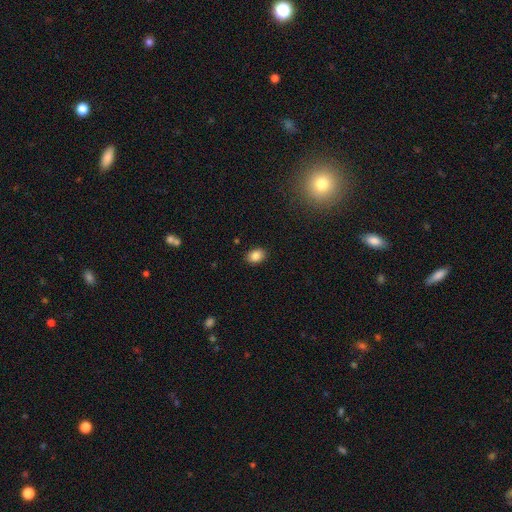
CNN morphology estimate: The model was most divided on "how rounded": in between: 77%, round: 22%, cigar-shaped: 1%. More confident: merging — none (89%); smooth or featured — smooth (85%).